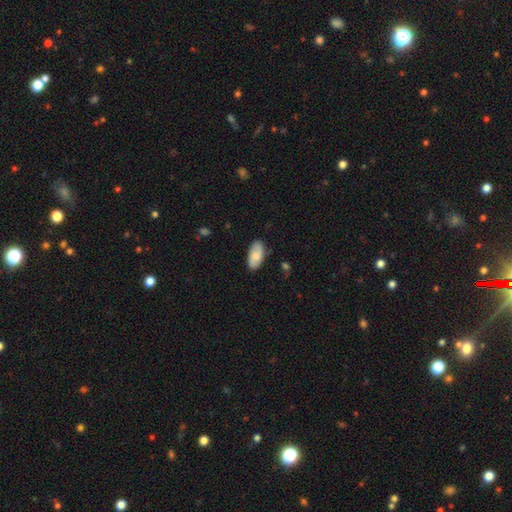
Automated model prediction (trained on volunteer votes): Smooth or featured?
  - smooth: 79% *
  - featured or disk: 15%
  - star or artifact: 6%
How rounded?
  - in between: 93% *
  - cigar-shaped: 5%
  - round: 2%
Merging?
  - none: 83% *
  - minor disturbance: 13%
  - major disturbance: 2%
  - merger: 1%